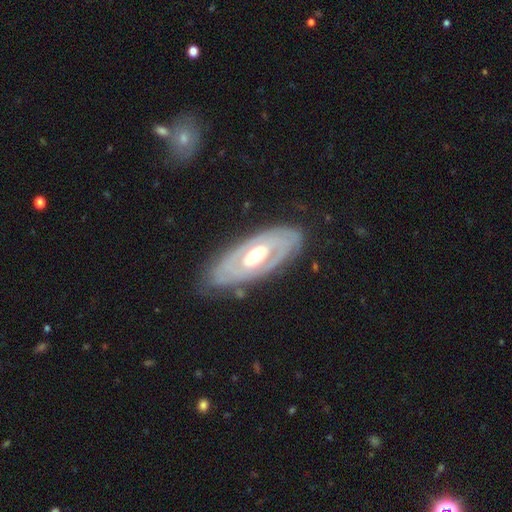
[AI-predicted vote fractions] Overall: featured or disk (76%). Edge-on disk: no (86%). Bar: no (67%). Spiral arms: no (55%; yes 45%). Bulge size: moderate (70%). Merging: none (78%).